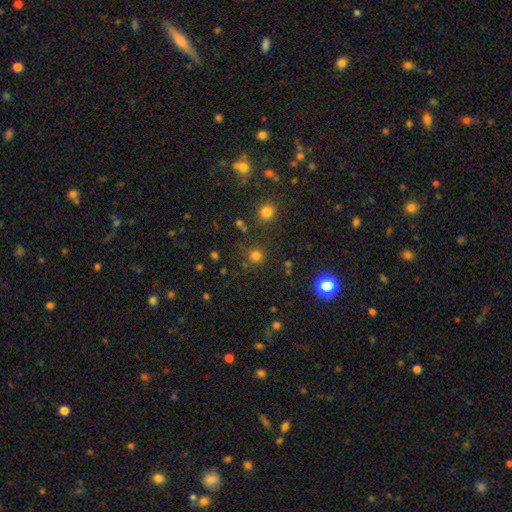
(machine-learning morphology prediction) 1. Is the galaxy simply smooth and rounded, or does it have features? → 74% smooth, 21% star or artifact, 5% featured or disk.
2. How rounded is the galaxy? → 92% round, 7% in between, 1% cigar-shaped.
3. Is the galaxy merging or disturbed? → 81% none, 9% minor disturbance, 6% merger, 4% major disturbance.